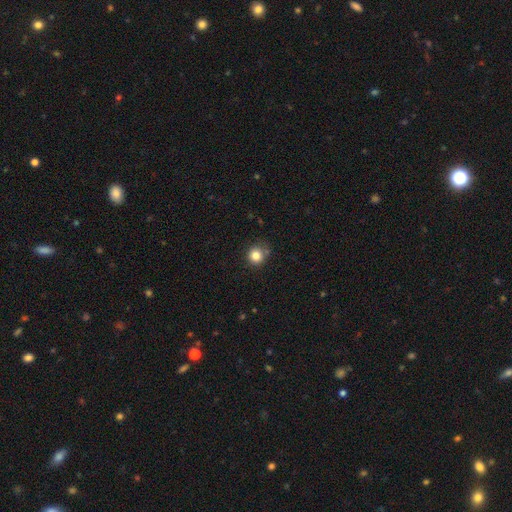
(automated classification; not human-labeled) This is clearly a smooth galaxy (83%). How rounded: clearly round (88%). Merging: likely none (74%).